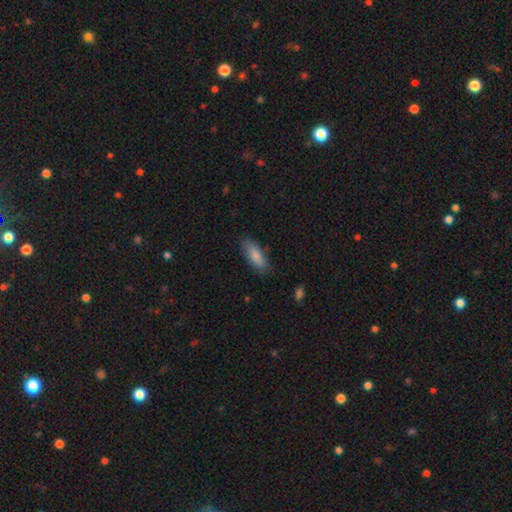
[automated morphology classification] This appears to be a smooth galaxy with no disk features (84%) that is in between round and cigar-shaped (70%). Merging: none (80%).